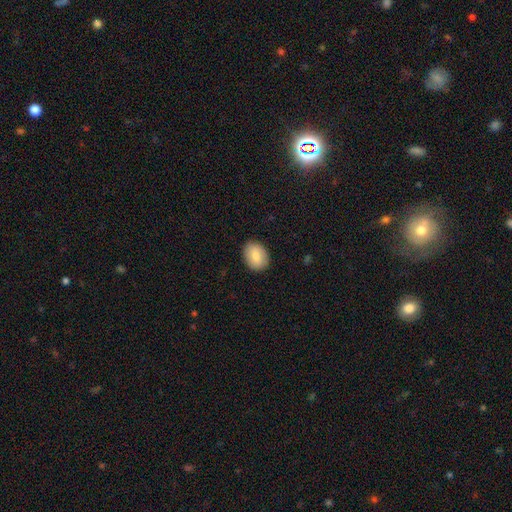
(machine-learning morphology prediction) smooth_or_featured: smooth (p=0.82) [alt: featured or disk p=0.12]
how_rounded: in between (p=0.66) [alt: round p=0.33]
merging: none (p=0.89) [alt: minor disturbance p=0.08]